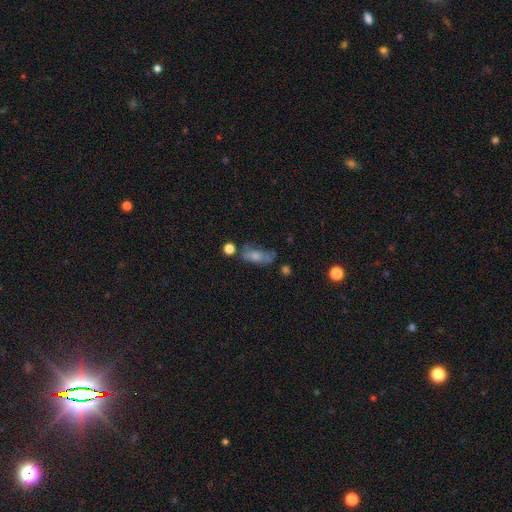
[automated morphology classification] Smooth or featured?
  - smooth: 65% *
  - featured or disk: 25%
  - star or artifact: 11%
How rounded?
  - in between: 69% *
  - cigar-shaped: 25%
  - round: 6%
Merging?
  - none: 42% *
  - minor disturbance: 27%
  - major disturbance: 19%
  - merger: 12%